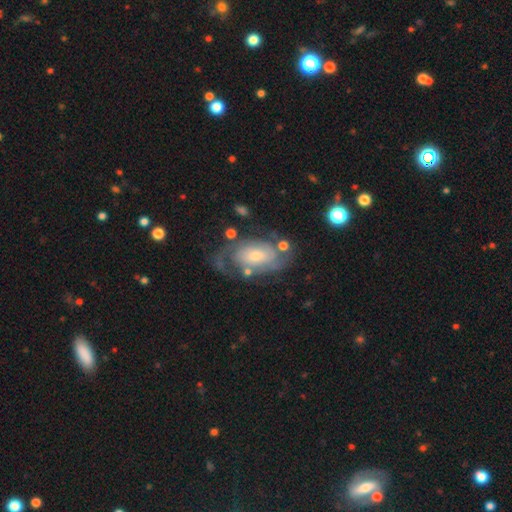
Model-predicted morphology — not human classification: The model was most divided on "spiral winding": tight: 49%, medium: 37%, loose: 14%. More confident: edge-on disk — no (96%); spiral arms — yes (92%); smooth or featured — featured or disk (81%); merging — none (62%); bar — no (60%); spiral arm count — 2 (60%); bulge size — small (50%).